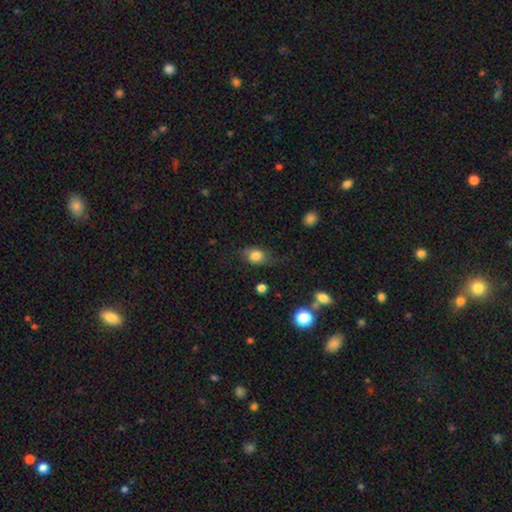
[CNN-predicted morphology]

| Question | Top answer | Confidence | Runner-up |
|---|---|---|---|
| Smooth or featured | smooth | 76% | featured or disk (15%) |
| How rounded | in between | 60% | round (37%) |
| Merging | none | 65% | minor disturbance (23%) |